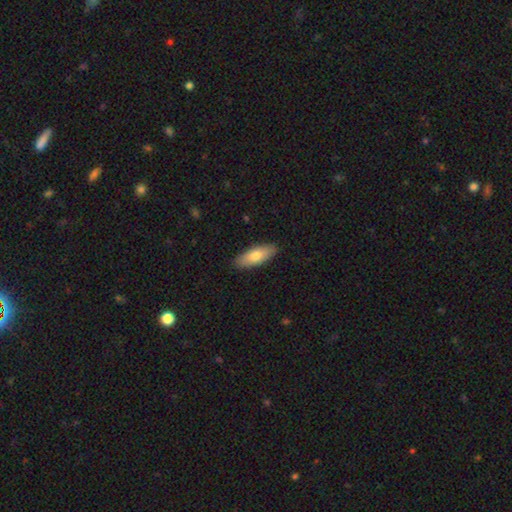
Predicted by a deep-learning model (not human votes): Smooth or featured? smooth (76%)
How rounded? in between (72%)
Merging? none (88%)